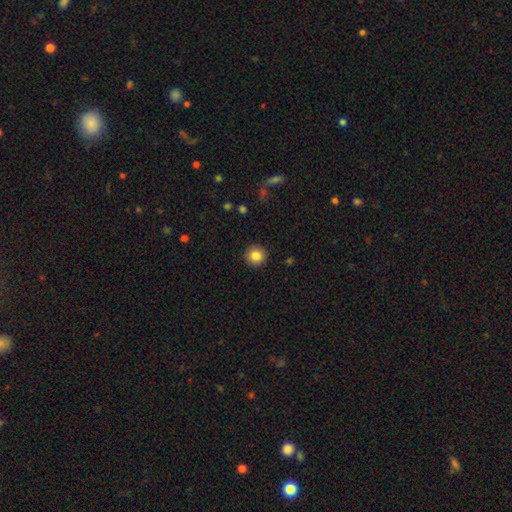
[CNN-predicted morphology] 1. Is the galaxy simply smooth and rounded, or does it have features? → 85% smooth, 10% star or artifact, 5% featured or disk.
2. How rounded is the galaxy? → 93% round, 6% in between, 1% cigar-shaped.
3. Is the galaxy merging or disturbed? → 92% none, 5% minor disturbance, 2% major disturbance, 1% merger.